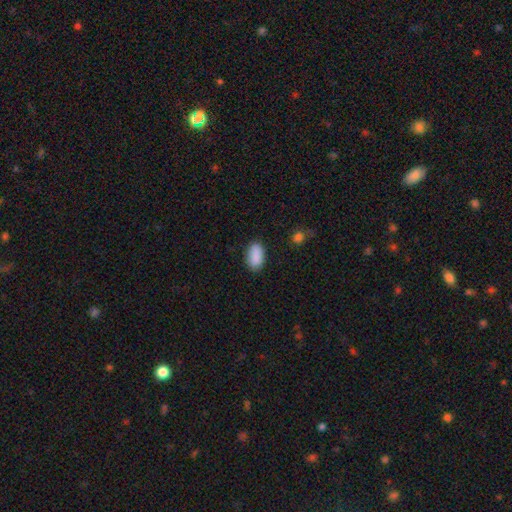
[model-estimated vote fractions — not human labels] Overall: smooth (90%). How rounded: in between (93%). Merging: none (84%).